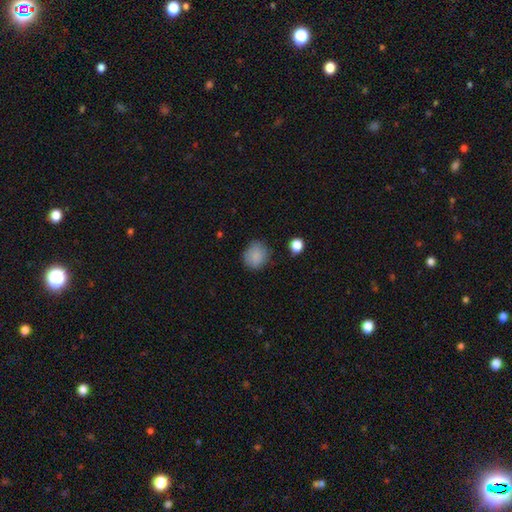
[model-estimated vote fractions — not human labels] This appears to be a smooth galaxy with no disk features (85%) that is round (79%). Merging: none (76%).